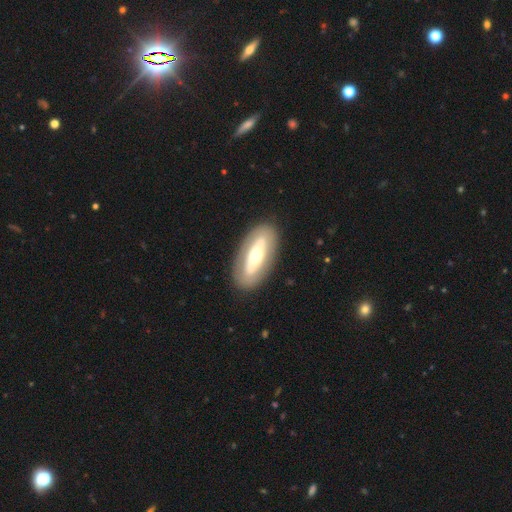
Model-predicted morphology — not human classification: Overall: featured or disk (55%; smooth 40%). Edge-on disk: no (81%). Merging: none (86%).